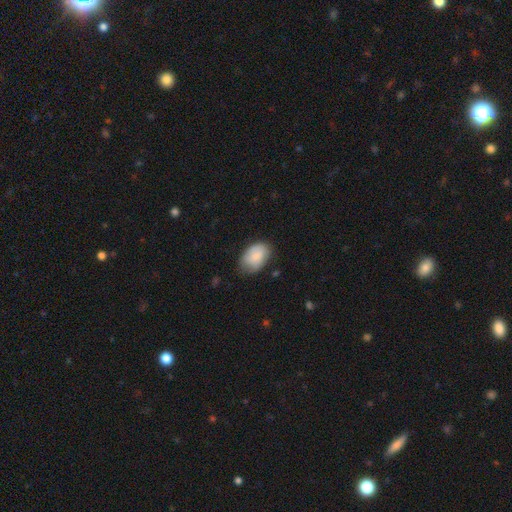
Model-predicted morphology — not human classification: Smooth or featured? smooth (72%)
How rounded? in between (88%)
Merging? none (62%)